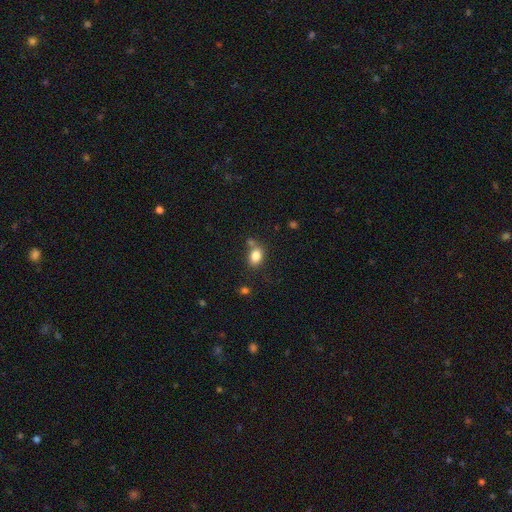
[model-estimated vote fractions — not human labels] Smooth or featured? smooth (83%)
How rounded? in between (76%)
Merging? none (61%)